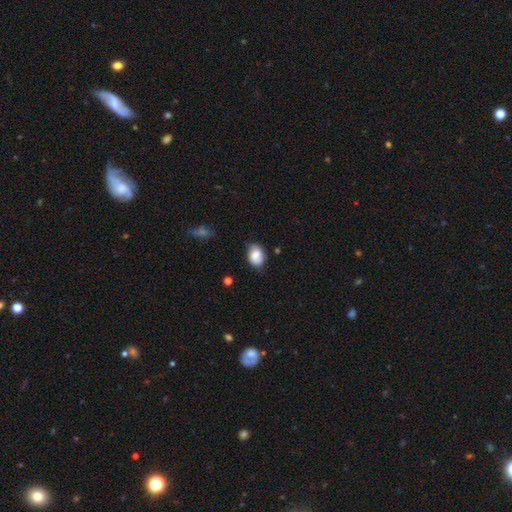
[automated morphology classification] Smooth or featured? Predicted: smooth (p=0.74). How rounded? Predicted: in between (p=0.78). Merging? Predicted: none (p=0.66).